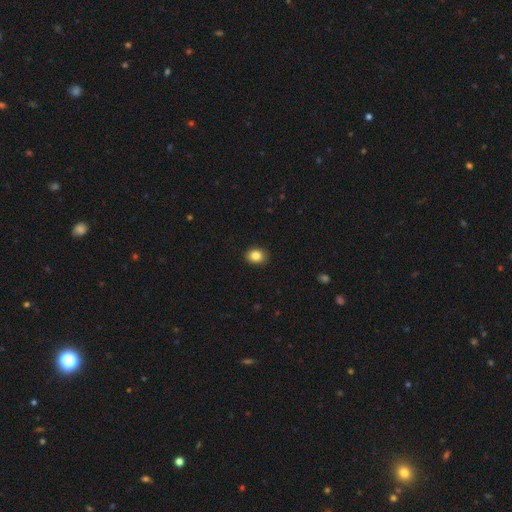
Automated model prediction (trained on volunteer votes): Smooth or featured?
  - smooth: 85% *
  - star or artifact: 10%
  - featured or disk: 5%
How rounded?
  - round: 55% *
  - in between: 44%
  - cigar-shaped: 1%
Merging?
  - none: 91% *
  - minor disturbance: 6%
  - major disturbance: 2%
  - merger: 1%